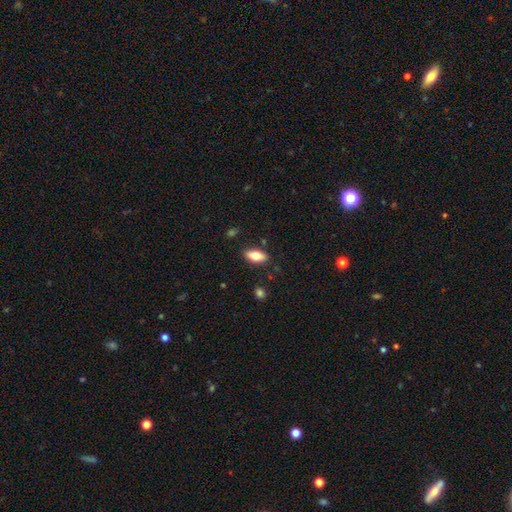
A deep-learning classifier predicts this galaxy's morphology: Smooth or featured? Predicted: smooth (p=0.75). How rounded? Predicted: in between (p=0.85). Merging? Predicted: none (p=0.85).